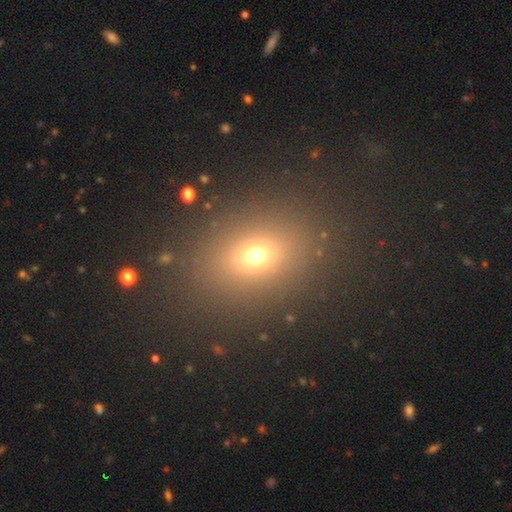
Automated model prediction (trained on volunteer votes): smooth-or-featured: smooth: 67% | star or artifact: 21% | featured or disk: 12%
  how-rounded: in between: 54% | round: 43% | cigar-shaped: 2%
  merging: none: 84% | minor disturbance: 9% | major disturbance: 5% | merger: 2%